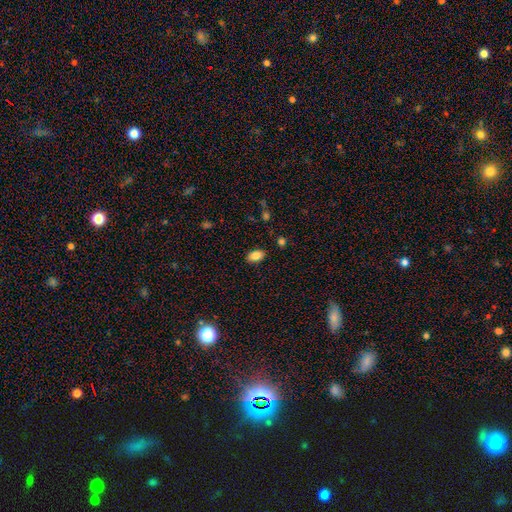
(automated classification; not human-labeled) Smooth or featured?
  - smooth: 84% *
  - star or artifact: 9%
  - featured or disk: 8%
How rounded?
  - in between: 91% *
  - round: 7%
  - cigar-shaped: 2%
Merging?
  - none: 87% *
  - minor disturbance: 9%
  - major disturbance: 2%
  - merger: 1%